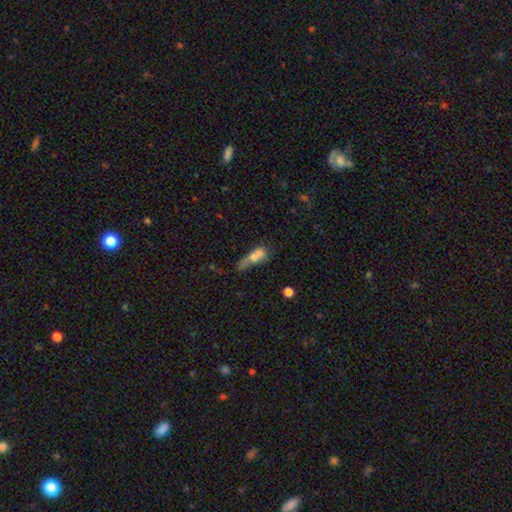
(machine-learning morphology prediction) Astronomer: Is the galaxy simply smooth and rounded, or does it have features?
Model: smooth — 60%.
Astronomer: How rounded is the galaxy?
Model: in between — 48% (runner-up: round, 28%).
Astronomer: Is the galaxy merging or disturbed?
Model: merger — 61%.